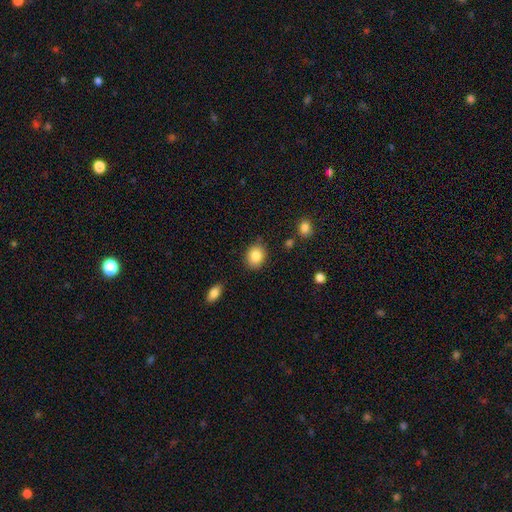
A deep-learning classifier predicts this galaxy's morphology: This appears to be a smooth galaxy with no disk features (85%) that is in between round and cigar-shaped (50%). Merging: none (83%).